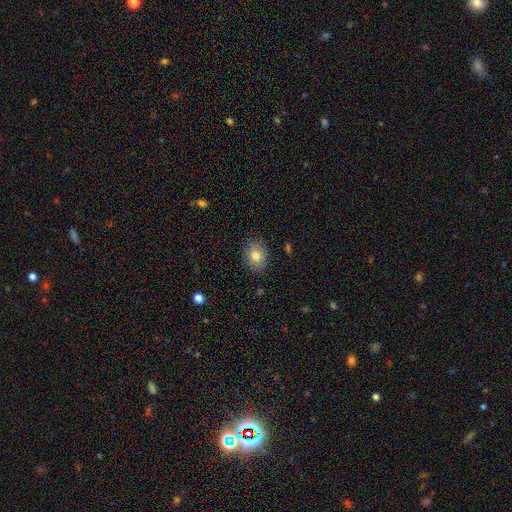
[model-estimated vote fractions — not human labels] smooth_or_featured: smooth (p=0.80) [alt: featured or disk p=0.11]
how_rounded: in between (p=0.55) [alt: round p=0.44]
merging: none (p=0.87) [alt: minor disturbance p=0.10]